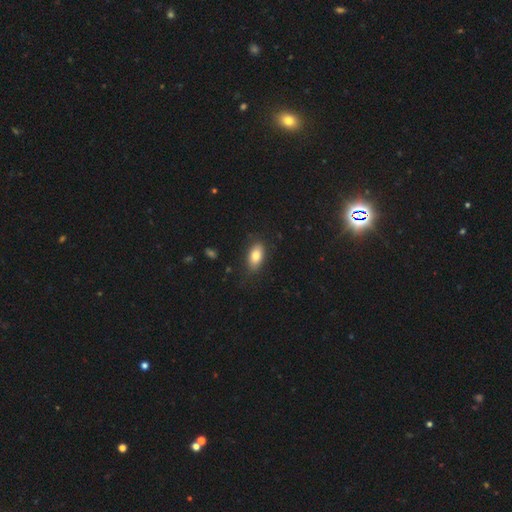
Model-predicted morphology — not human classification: This is clearly a smooth galaxy (81%). How rounded: clearly in between (90%). Merging: clearly none (84%).